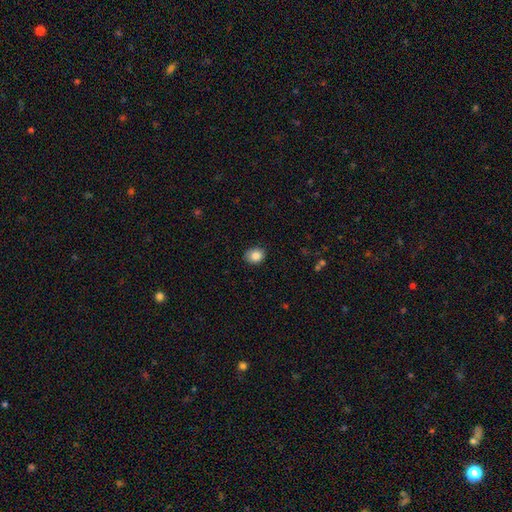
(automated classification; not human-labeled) Smooth or featured: smooth — 86% (star or artifact — 9%)
How rounded: round — 58% (in between — 41%)
Merging: none — 82% (minor disturbance — 15%)